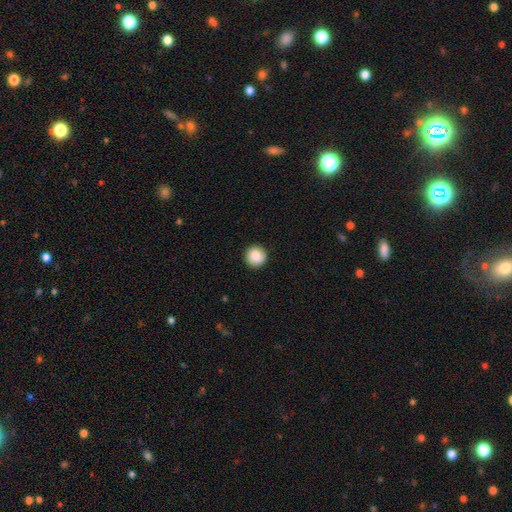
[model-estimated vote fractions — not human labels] smooth 87%, star or artifact 8%, featured or disk 5%. Down the decision tree: how rounded — round (94%); merging — none (91%).